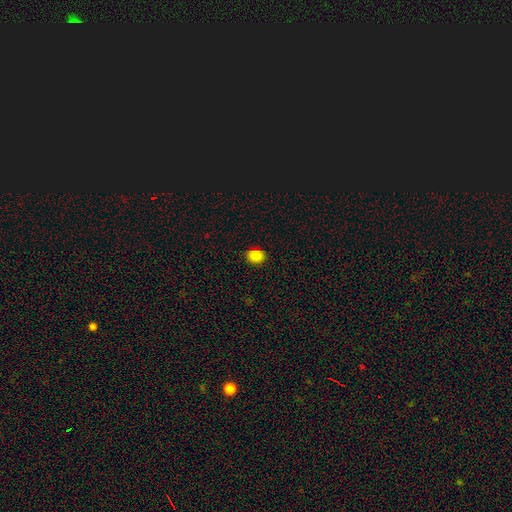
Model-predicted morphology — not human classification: A smooth galaxy with no disk features (86%) that is round (54%). Merging: none (89%).